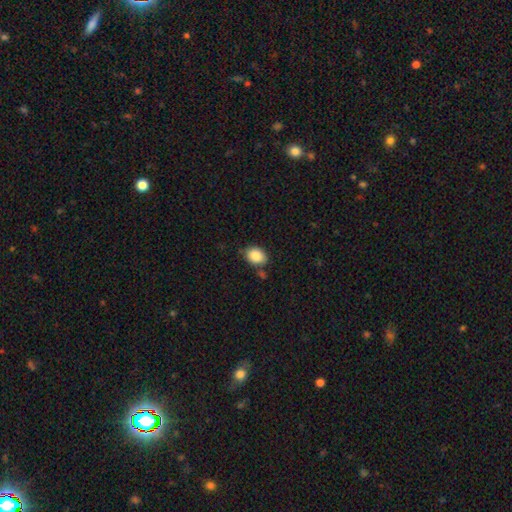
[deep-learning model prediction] Smooth or featured?
  - smooth: 86% *
  - star or artifact: 8%
  - featured or disk: 6%
How rounded?
  - in between: 68% *
  - round: 31%
  - cigar-shaped: 1%
Merging?
  - none: 75% *
  - minor disturbance: 15%
  - merger: 7%
  - major disturbance: 3%